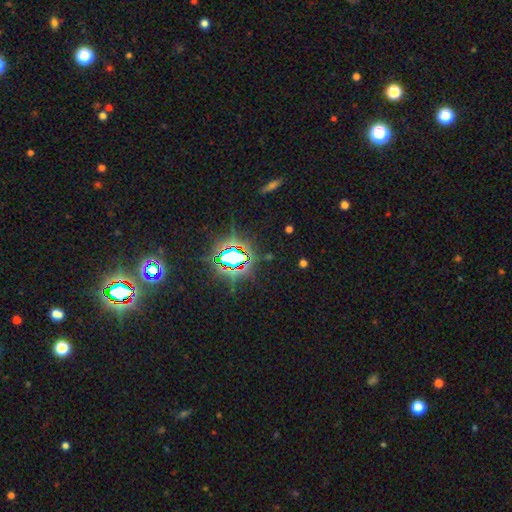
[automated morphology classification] smooth-or-featured: star or artifact: 82% | smooth: 11% | featured or disk: 8%